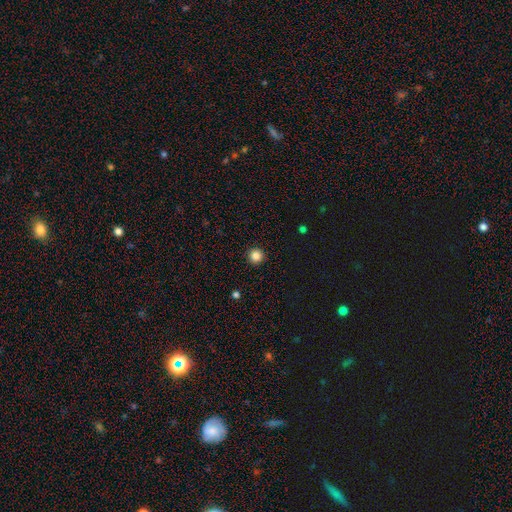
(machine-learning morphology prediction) Smooth or featured?
  - smooth: 85% *
  - star or artifact: 11%
  - featured or disk: 4%
How rounded?
  - round: 96% *
  - in between: 3%
  - cigar-shaped: 1%
Merging?
  - none: 93% *
  - minor disturbance: 4%
  - major disturbance: 2%
  - merger: 1%